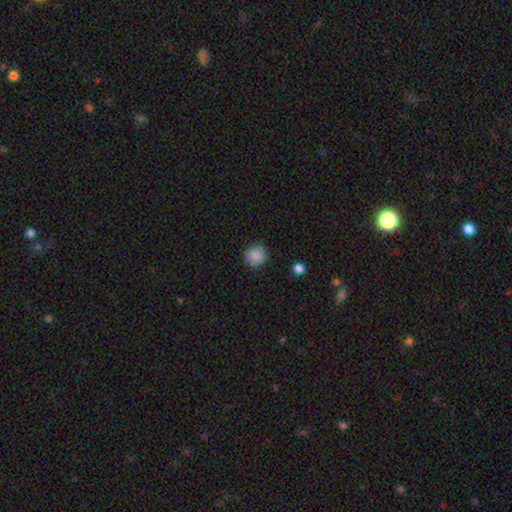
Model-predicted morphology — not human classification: Smooth or featured: smooth — 88% (star or artifact — 9%)
How rounded: round — 90% (in between — 9%)
Merging: none — 89% (minor disturbance — 7%)